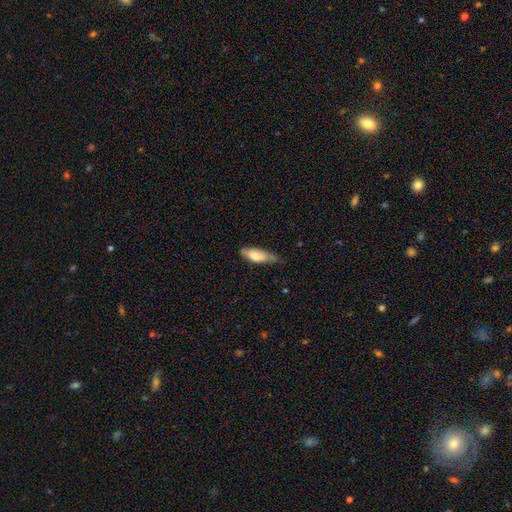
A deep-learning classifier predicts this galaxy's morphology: This appears to be a smooth galaxy with no disk features (74%) that is in between round and cigar-shaped (65%). Merging: none (54%).